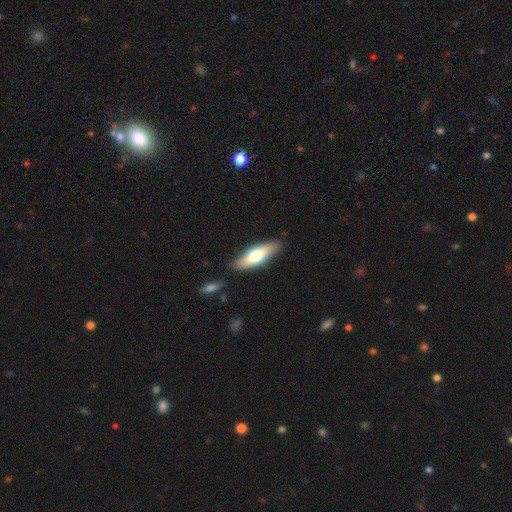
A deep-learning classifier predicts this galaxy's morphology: Smooth or featured?
  - smooth: 61% *
  - featured or disk: 34%
  - star or artifact: 5%
How rounded?
  - in between: 54% *
  - cigar-shaped: 44%
  - round: 2%
Merging?
  - none: 83% *
  - minor disturbance: 12%
  - merger: 3%
  - major disturbance: 2%